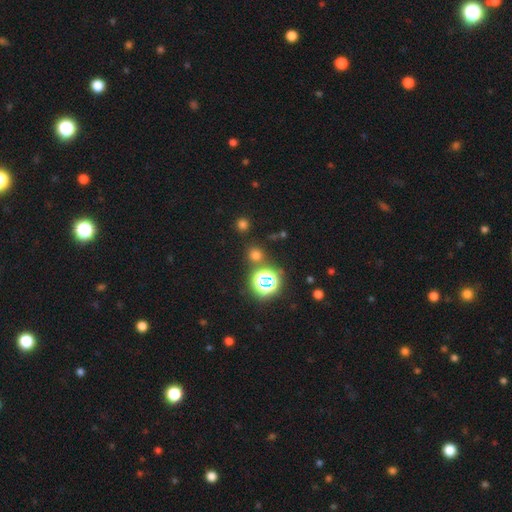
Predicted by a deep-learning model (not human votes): Smooth or featured: smooth — 56% (star or artifact — 39%)
How rounded: round — 89% (in between — 10%)
Merging: none — 83% (minor disturbance — 7%)